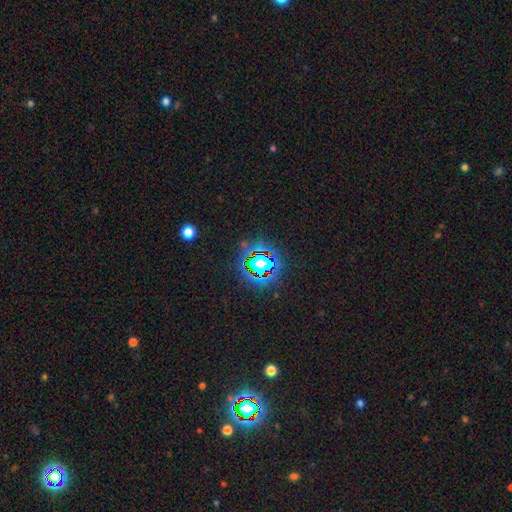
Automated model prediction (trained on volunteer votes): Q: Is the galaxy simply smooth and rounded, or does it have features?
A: star or artifact — 78%.